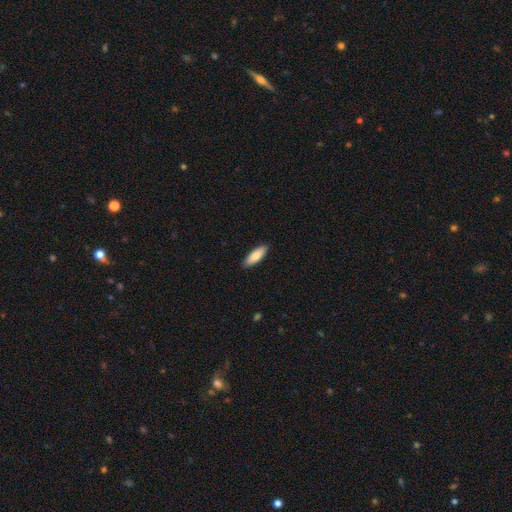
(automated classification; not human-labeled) The model was most divided on "how rounded": in between: 55%, cigar-shaped: 43%, round: 2%. More confident: merging — none (89%); smooth or featured — smooth (81%).